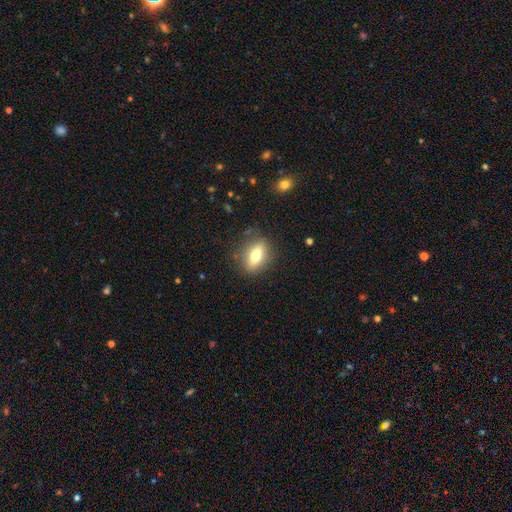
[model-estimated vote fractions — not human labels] Smooth or featured? Predicted: smooth (p=0.60). How rounded? Predicted: in between (p=0.69). Merging? Predicted: none (p=0.82).